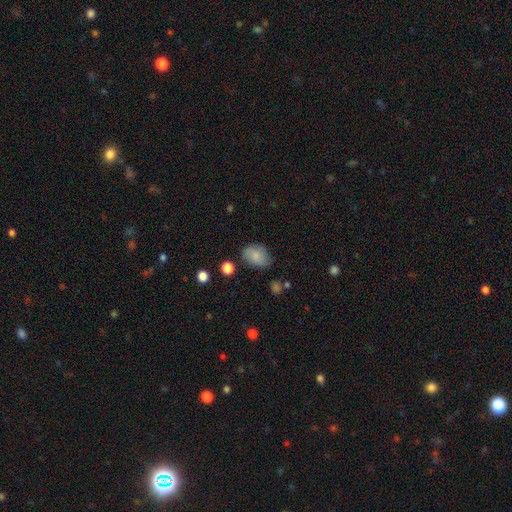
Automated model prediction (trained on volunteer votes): smooth_or_featured: smooth (p=0.81) [alt: featured or disk p=0.11]
how_rounded: in between (p=0.77) [alt: round p=0.22]
merging: none (p=0.66) [alt: minor disturbance p=0.25]